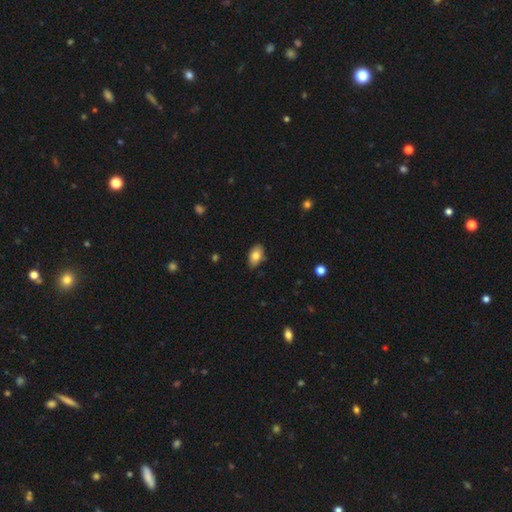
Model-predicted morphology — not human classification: Smooth or featured? Predicted: smooth (p=0.80). How rounded? Predicted: in between (p=0.91). Merging? Predicted: none (p=0.83).